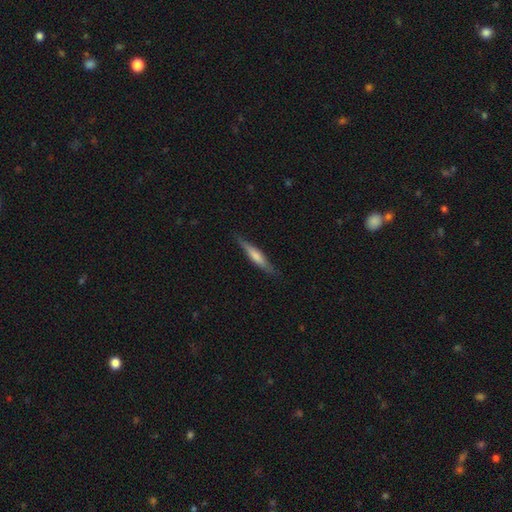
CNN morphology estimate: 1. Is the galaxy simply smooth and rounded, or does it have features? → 57% featured or disk, 37% smooth, 6% star or artifact.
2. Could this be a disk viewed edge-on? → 96% yes, 4% no.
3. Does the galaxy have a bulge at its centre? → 56% rounded, 24% boxy, 20% none.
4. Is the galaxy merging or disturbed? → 87% none, 10% minor disturbance, 2% major disturbance, 1% merger.